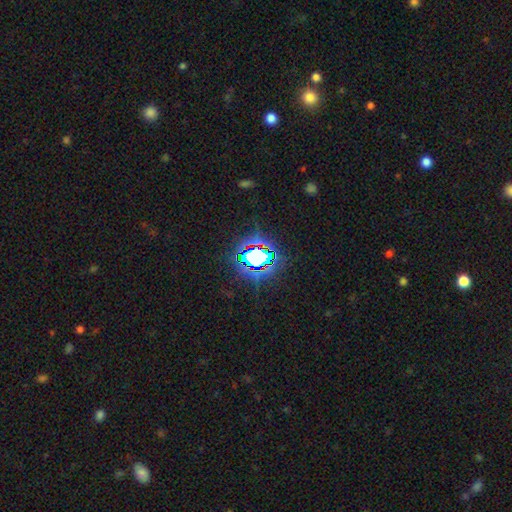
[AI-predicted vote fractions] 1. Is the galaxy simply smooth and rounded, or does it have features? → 74% star or artifact, 15% smooth, 11% featured or disk.